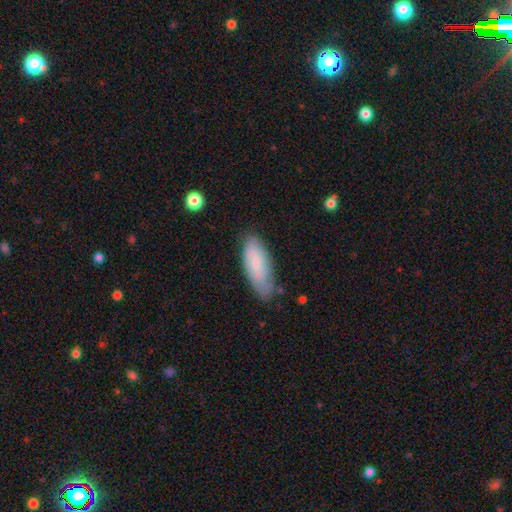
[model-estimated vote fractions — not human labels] smooth 67%, featured or disk 27%, star or artifact 7%. Down the decision tree: how rounded — in between (74%); merging — none (70%).